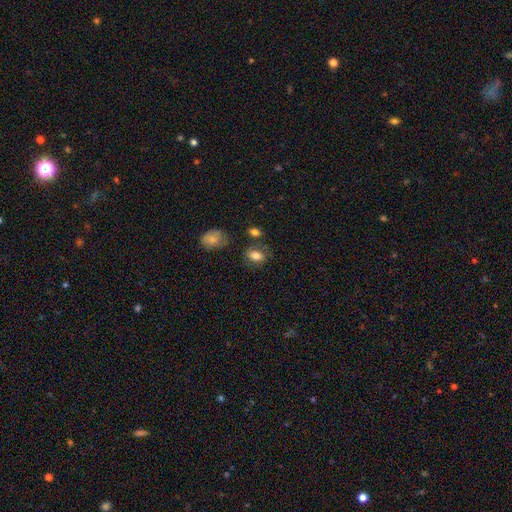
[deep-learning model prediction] Smooth or featured? Predicted: smooth (p=0.77). How rounded? Predicted: in between (p=0.83). Merging? Predicted: none (p=0.66).